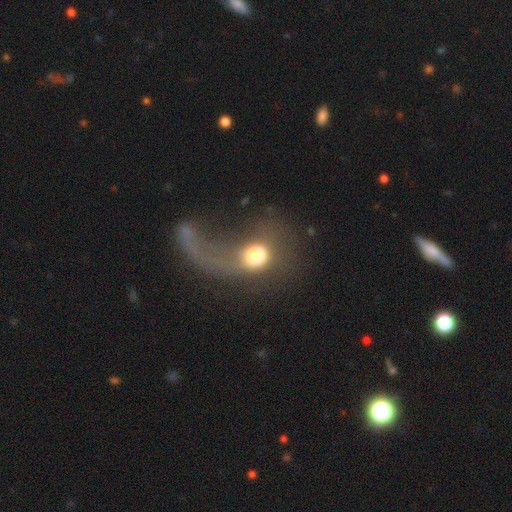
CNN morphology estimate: Smooth or featured?
  - smooth: 60% *
  - featured or disk: 27%
  - star or artifact: 13%
How rounded?
  - round: 50% *
  - in between: 48%
  - cigar-shaped: 2%
Merging?
  - major disturbance: 58% *
  - merger: 16%
  - none: 15%
  - minor disturbance: 10%